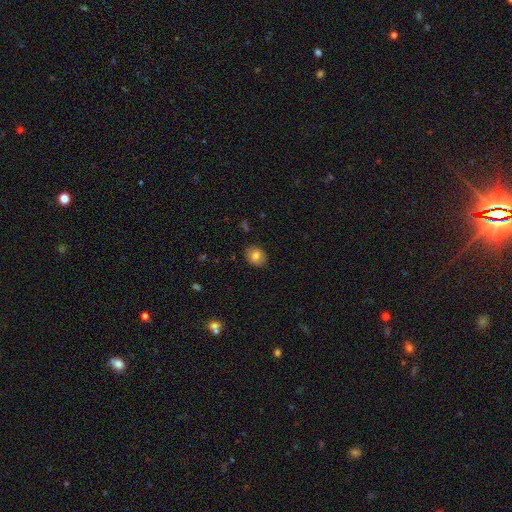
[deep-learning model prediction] Smooth or featured: smooth — 79% (featured or disk — 12%)
How rounded: round — 53% (in between — 46%)
Merging: none — 88% (minor disturbance — 9%)